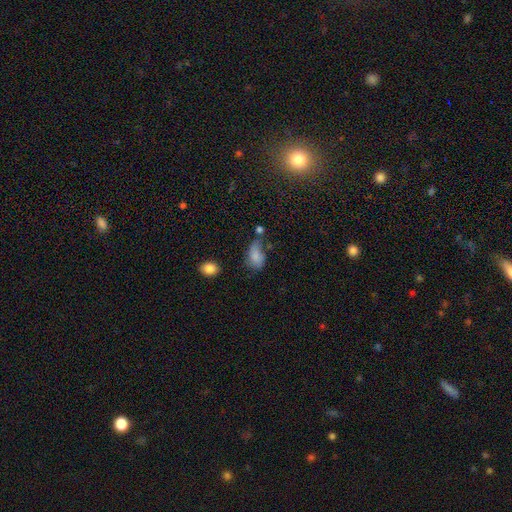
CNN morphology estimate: type=smooth (80%); roundness=in between (90%); merging=none (36%).